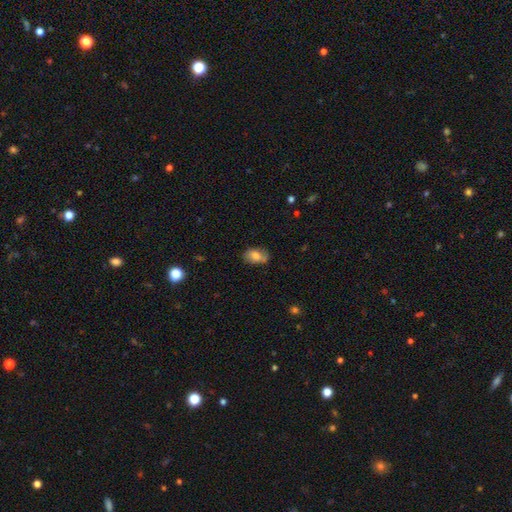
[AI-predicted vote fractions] Smooth or featured? smooth (66%)
How rounded? in between (87%)
Merging? none (67%)